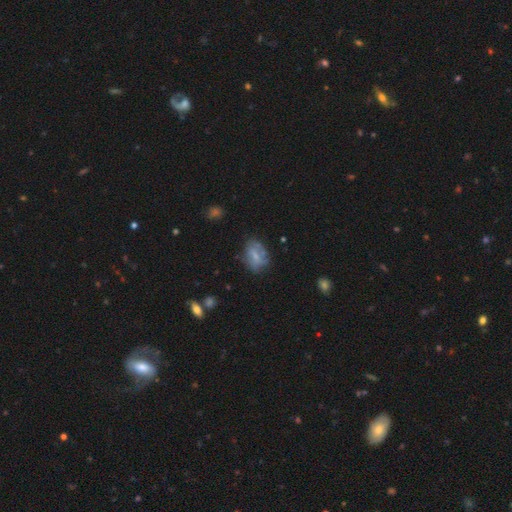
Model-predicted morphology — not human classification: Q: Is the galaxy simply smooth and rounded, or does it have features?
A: smooth — 56%.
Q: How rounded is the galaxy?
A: in between — 82%.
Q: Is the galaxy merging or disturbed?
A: none — 60%.